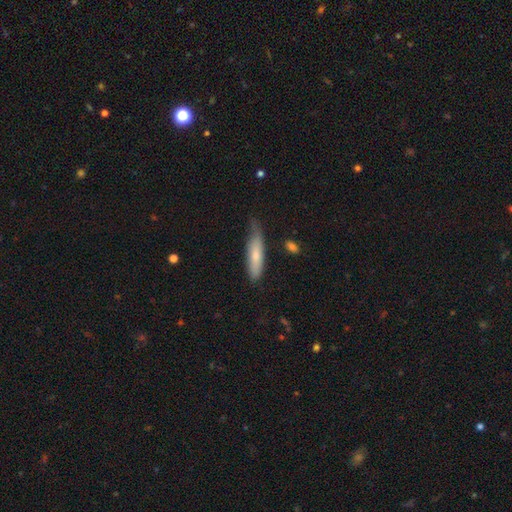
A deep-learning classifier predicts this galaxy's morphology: Overall: smooth (72%). How rounded: cigar-shaped (70%). Merging: none (52%; minor disturbance 37%).